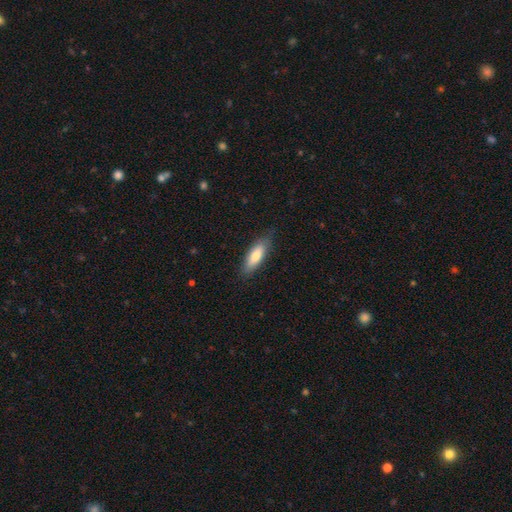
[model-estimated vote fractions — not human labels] This appears to be a smooth galaxy with no disk features (75%) that is in between round and cigar-shaped (57%). Merging: none (80%).